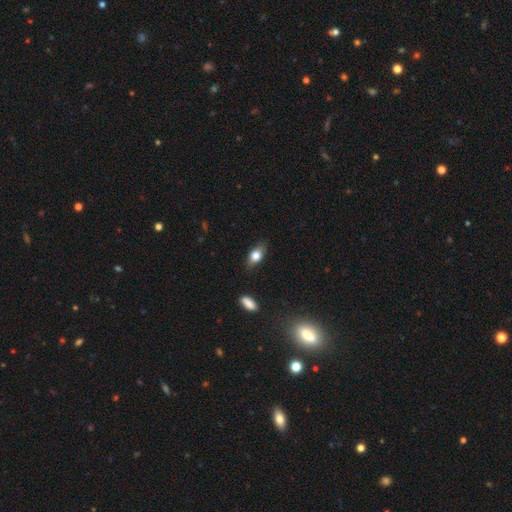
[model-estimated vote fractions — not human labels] This appears to be a smooth galaxy with no disk features (73%) that is in between round and cigar-shaped (80%). Merging: none (81%).